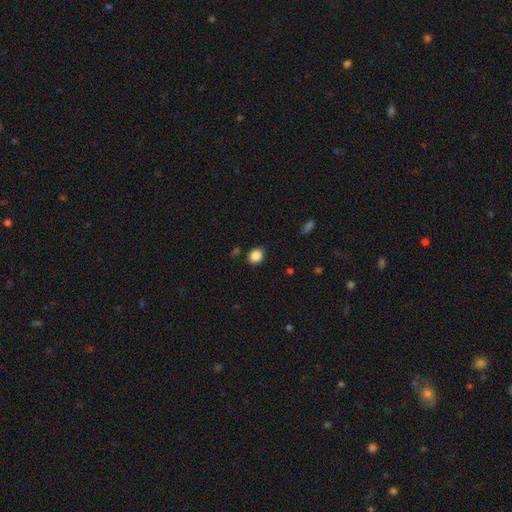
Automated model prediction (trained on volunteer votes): Smooth or featured: smooth — 87% (star or artifact — 10%)
How rounded: round — 54% (in between — 45%)
Merging: none — 88% (minor disturbance — 8%)